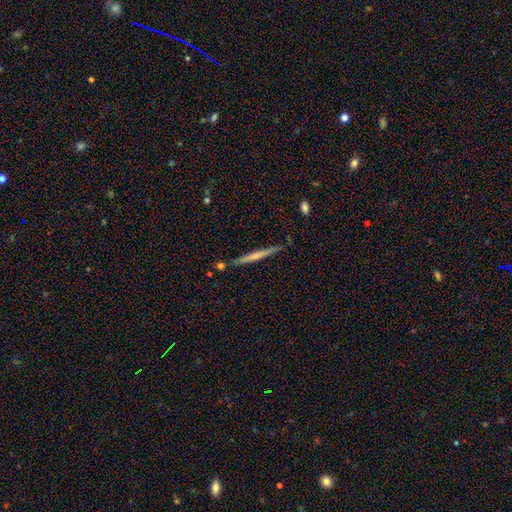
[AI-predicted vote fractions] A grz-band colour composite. It shows a featured or disk galaxy (48%). Merging: none (84%).